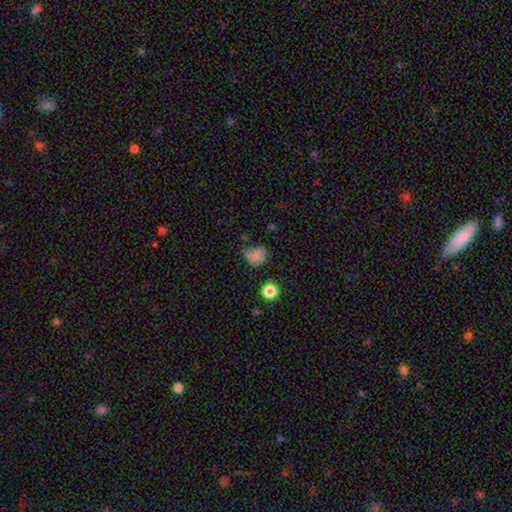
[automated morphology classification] A smooth galaxy with no disk features (73%) that is round (64%). Merging: none (45%).